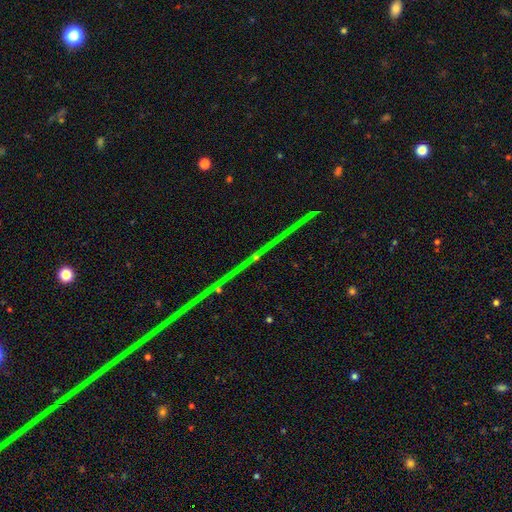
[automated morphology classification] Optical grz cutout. It shows a star or artifact, not a galaxy (86%).